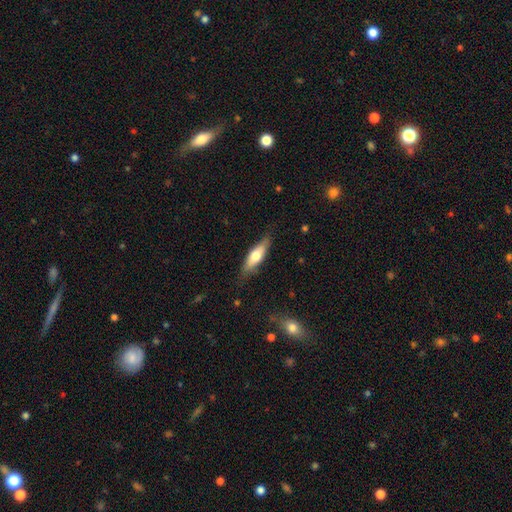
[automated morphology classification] Smooth or featured? Predicted: smooth (p=0.60). How rounded? Predicted: cigar-shaped (p=0.50). Merging? Predicted: none (p=0.79).